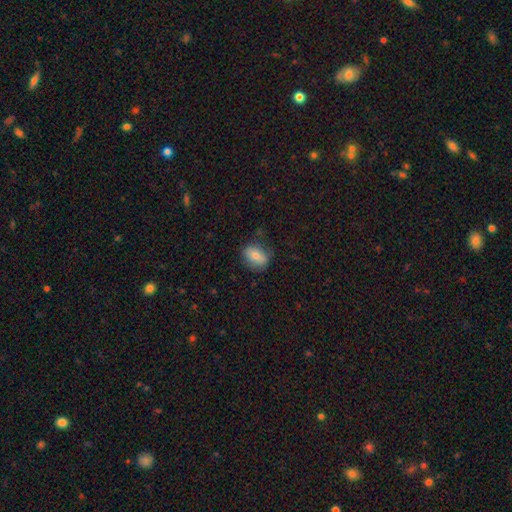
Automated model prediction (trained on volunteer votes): Smooth or featured?
  - smooth: 75% *
  - featured or disk: 16%
  - star or artifact: 8%
How rounded?
  - in between: 72% *
  - round: 26%
  - cigar-shaped: 2%
Merging?
  - none: 77% *
  - minor disturbance: 17%
  - major disturbance: 5%
  - merger: 1%